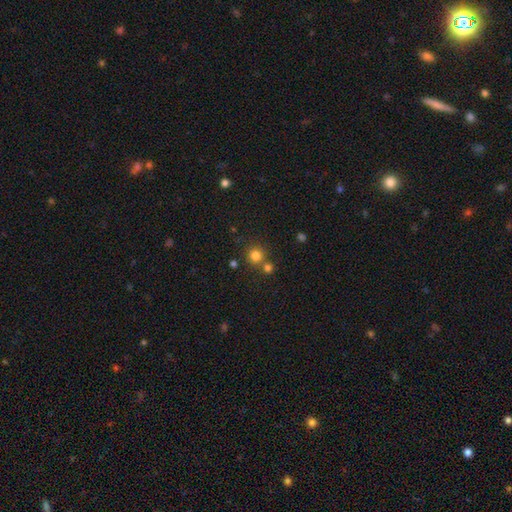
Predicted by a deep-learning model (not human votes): Smooth or featured?
  - smooth: 79% *
  - star or artifact: 15%
  - featured or disk: 6%
How rounded?
  - round: 92% *
  - in between: 7%
  - cigar-shaped: 1%
Merging?
  - none: 68% *
  - merger: 22%
  - minor disturbance: 7%
  - major disturbance: 3%